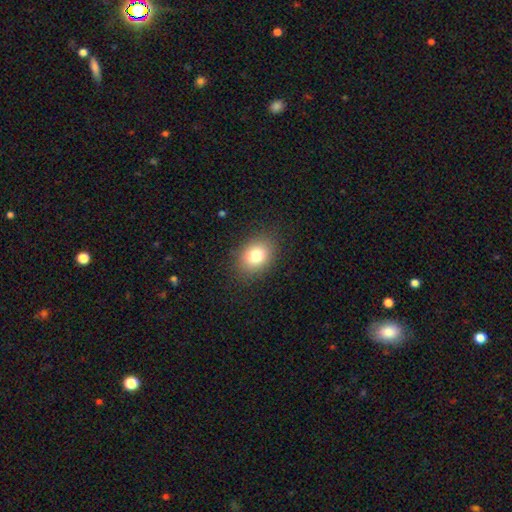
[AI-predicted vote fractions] Morphology: type=smooth (80%); roundness=in between (60%); merging=none (86%).